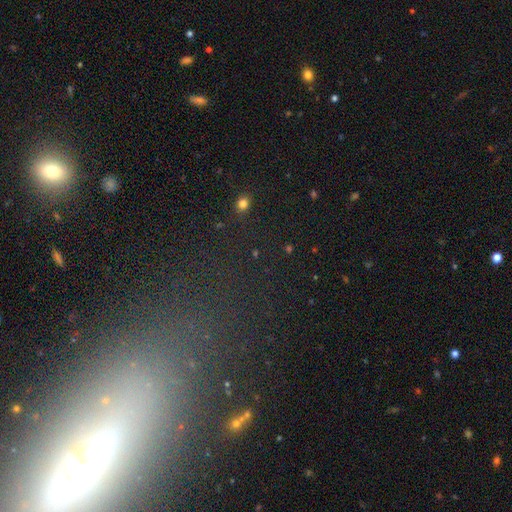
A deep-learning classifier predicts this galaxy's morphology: star or artifact 50%, smooth 29%, featured or disk 21%.